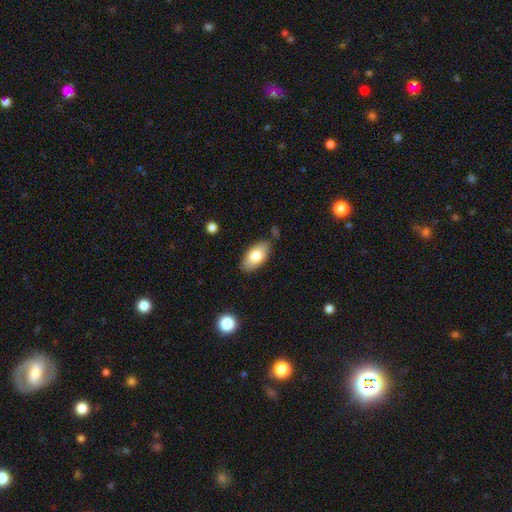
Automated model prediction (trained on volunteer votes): Smooth or featured? smooth (78%)
How rounded? in between (93%)
Merging? none (82%)